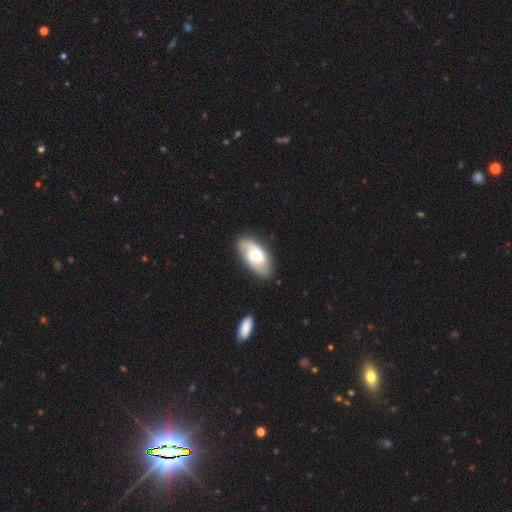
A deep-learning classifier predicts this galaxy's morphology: A featured or disk galaxy (63%) with no bar (50%), 2 (76%) medium (45%) spiral arms (92%) and a moderate central bulge (40%). Merging: none (81%).